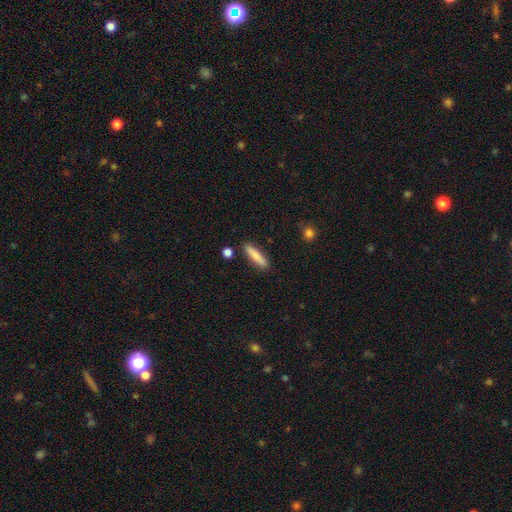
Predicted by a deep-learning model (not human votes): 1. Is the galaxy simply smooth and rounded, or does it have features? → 79% smooth, 15% featured or disk, 6% star or artifact.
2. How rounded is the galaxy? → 82% cigar-shaped, 16% in between, 2% round.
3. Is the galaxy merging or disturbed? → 87% none, 8% minor disturbance, 3% merger, 2% major disturbance.